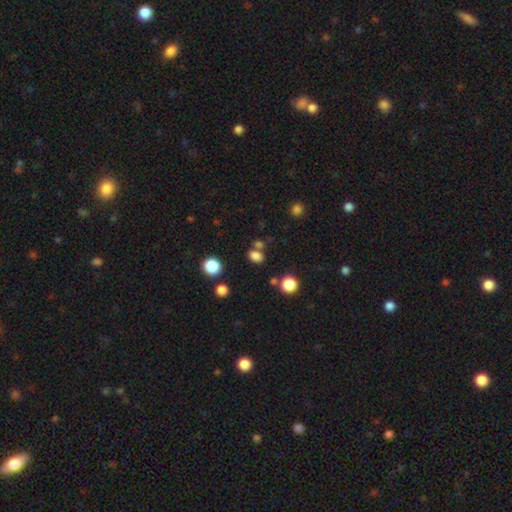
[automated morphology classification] Overall: smooth (80%). How rounded: in between (72%). Merging: none (67%).